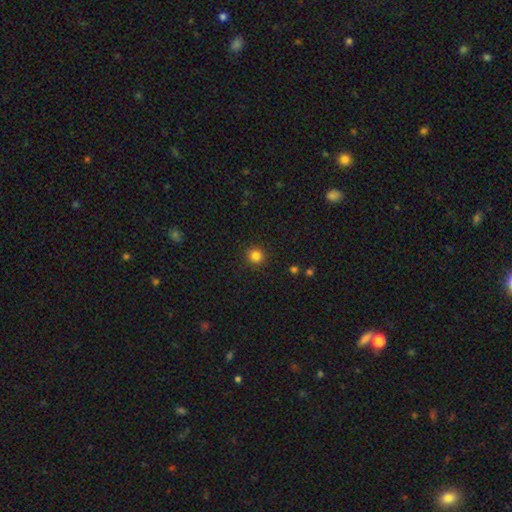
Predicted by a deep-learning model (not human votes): A smooth galaxy with no disk features (83%) that is round (93%). Merging: none (92%).